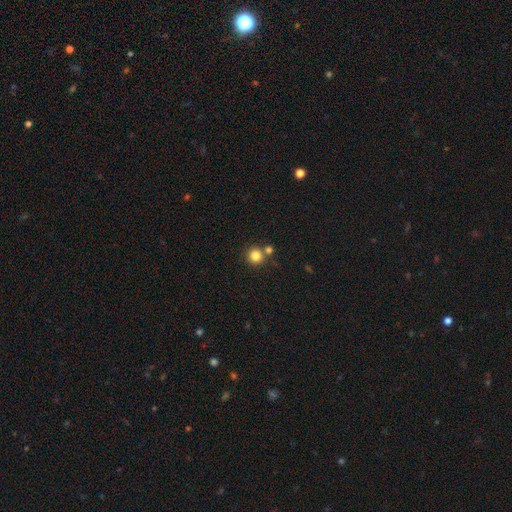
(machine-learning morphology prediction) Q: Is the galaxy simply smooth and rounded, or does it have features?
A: smooth — 83%.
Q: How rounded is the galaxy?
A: round — 94%.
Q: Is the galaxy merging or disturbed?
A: none — 71%.